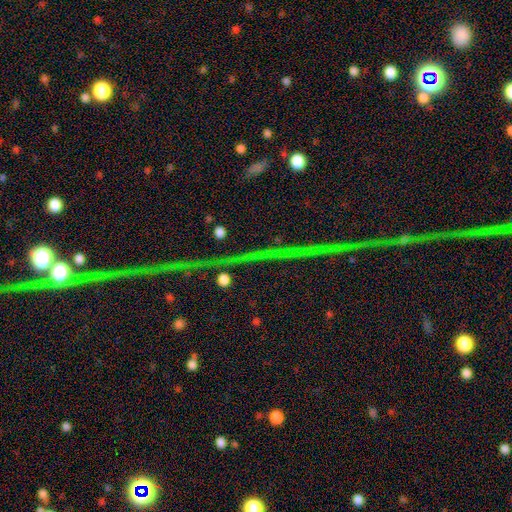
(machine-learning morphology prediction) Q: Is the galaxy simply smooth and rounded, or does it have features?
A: star or artifact — 75%.